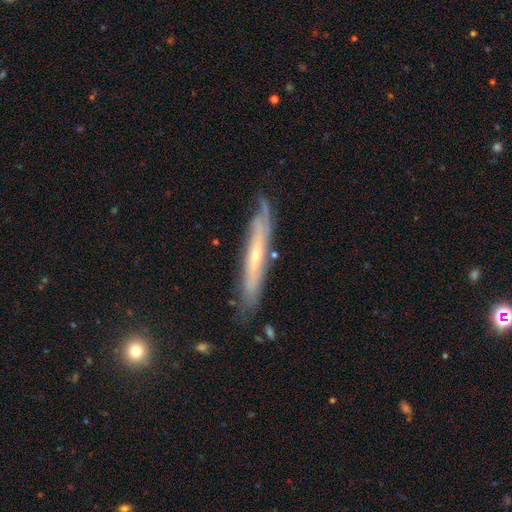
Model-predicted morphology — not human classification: featured or disk 72%, smooth 21%, star or artifact 6%. Down the decision tree: edge-on disk — yes (70%); edge-on bulge — rounded (54%); merging — none (73%).